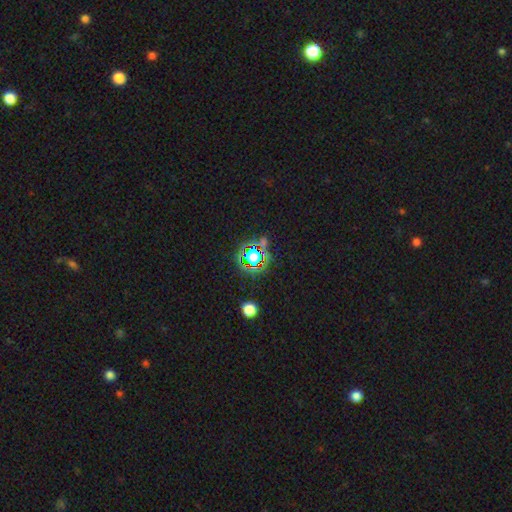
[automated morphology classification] type=star or artifact (65%).